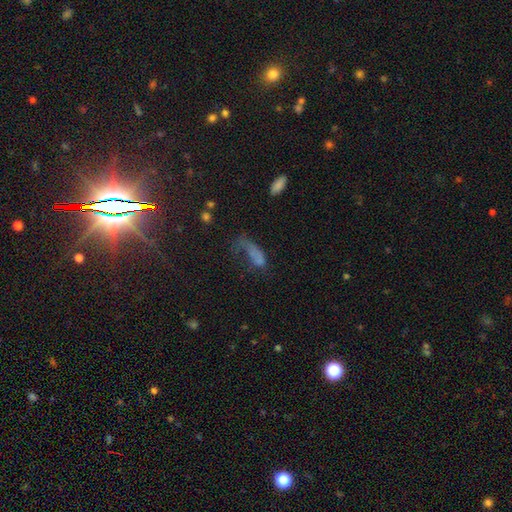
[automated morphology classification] A smooth galaxy with no disk features (54%) that is in between round and cigar-shaped (68%).

Vote fractions:
- Smooth or featured? smooth: 54% / featured or disk: 28% / star or artifact: 18%
- How rounded? in between: 68% / cigar-shaped: 25% / round: 7%
- Merging? major disturbance: 49% / none: 25% / minor disturbance: 17% / merger: 9%